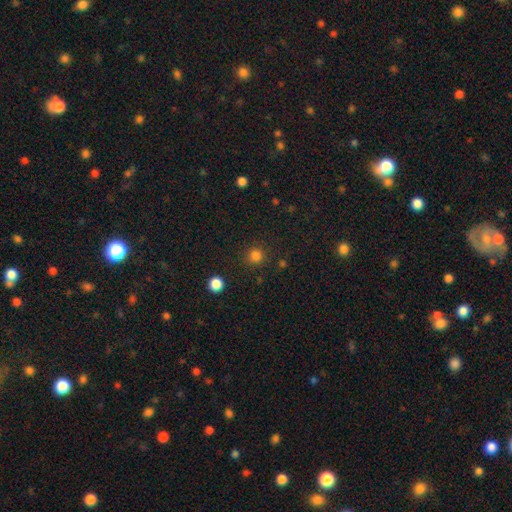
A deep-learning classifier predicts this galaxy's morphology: A smooth galaxy with no disk features (81%) that is round (93%).

Vote fractions:
- Smooth or featured? smooth: 81% / star or artifact: 15% / featured or disk: 4%
- How rounded? round: 93% / in between: 6% / cigar-shaped: 1%
- Merging? none: 88% / minor disturbance: 7% / major disturbance: 3% / merger: 2%